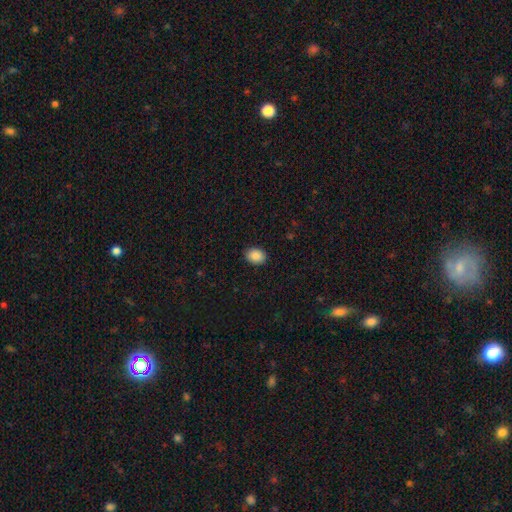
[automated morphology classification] This is clearly a smooth galaxy (89%). How rounded: likely in between (70%). Merging: clearly none (89%).